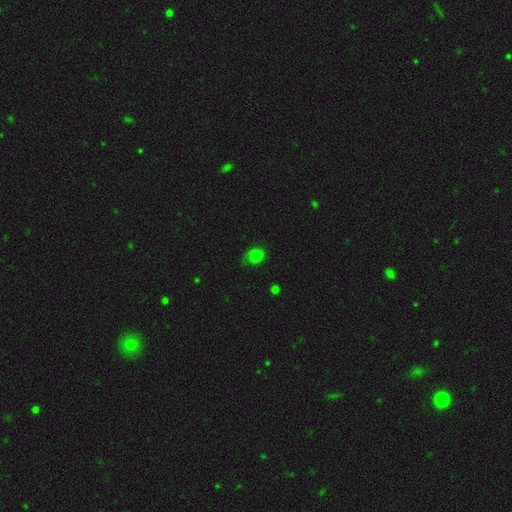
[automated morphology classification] A smooth galaxy with no disk features (69%) that is round (52%).

Vote fractions:
- Smooth or featured? smooth: 69% / star or artifact: 20% / featured or disk: 11%
- How rounded? round: 52% / in between: 47% / cigar-shaped: 1%
- Merging? none: 62% / minor disturbance: 27% / major disturbance: 9% / merger: 2%